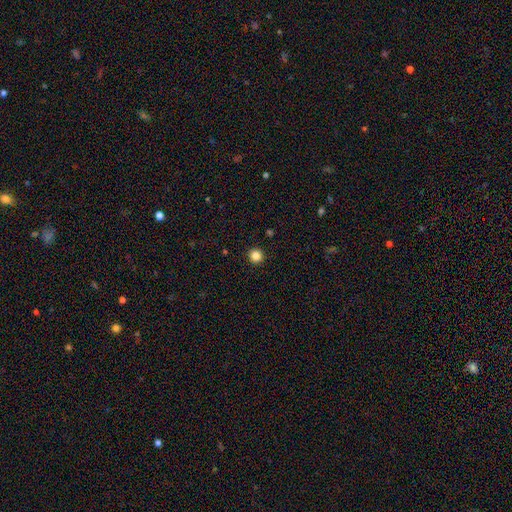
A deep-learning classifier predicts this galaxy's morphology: A smooth galaxy with no disk features (85%) that is round (95%). Merging: none (94%).